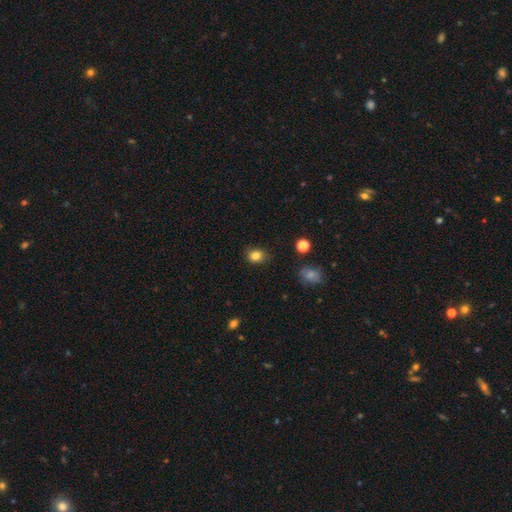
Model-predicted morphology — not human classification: Smooth or featured? smooth (83%)
How rounded? in between (51%)
Merging? none (82%)